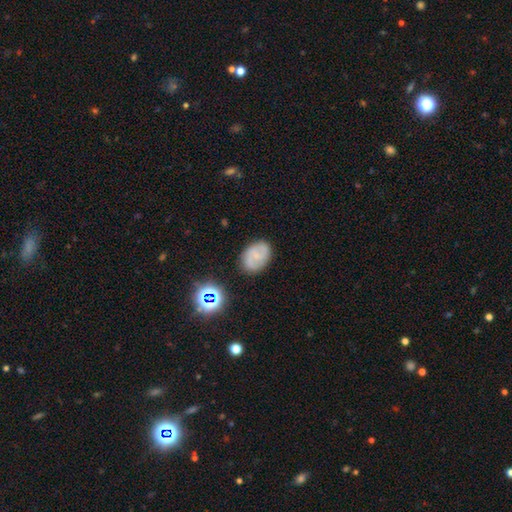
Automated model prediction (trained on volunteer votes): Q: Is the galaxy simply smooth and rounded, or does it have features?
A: smooth — 48%.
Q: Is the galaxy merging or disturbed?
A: none — 80%.